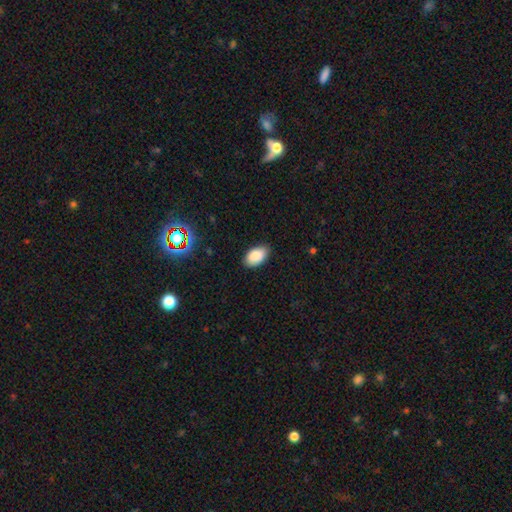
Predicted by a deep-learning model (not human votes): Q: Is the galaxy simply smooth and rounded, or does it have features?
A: smooth — 88%.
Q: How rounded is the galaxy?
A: in between — 94%.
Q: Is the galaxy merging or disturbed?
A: none — 84%.